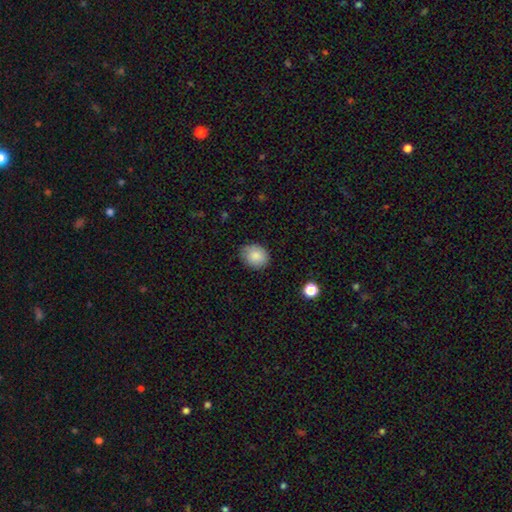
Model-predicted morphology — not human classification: Q: Smooth or featured?
A: smooth (86%); runner-up: star or artifact (8%)
Q: How rounded?
A: round (54%); runner-up: in between (45%)
Q: Merging?
A: none (77%); runner-up: minor disturbance (18%)